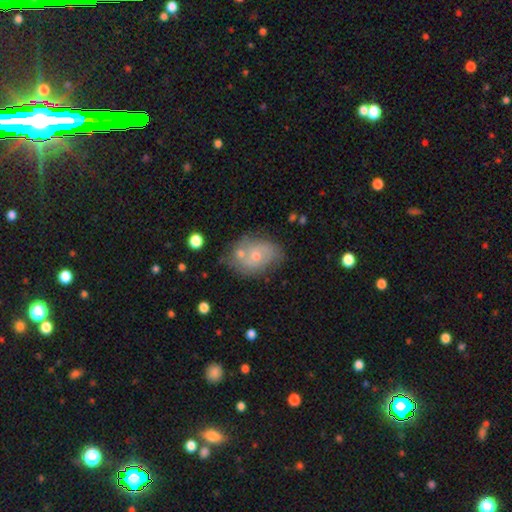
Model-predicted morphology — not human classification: Overall: featured or disk (55%; smooth 34%). Edge-on disk: no (96%). Bar: no (75%). Spiral arms: yes (71%). Bulge size: small (51%; moderate 44%). Merging: none (58%; minor disturbance 19%).